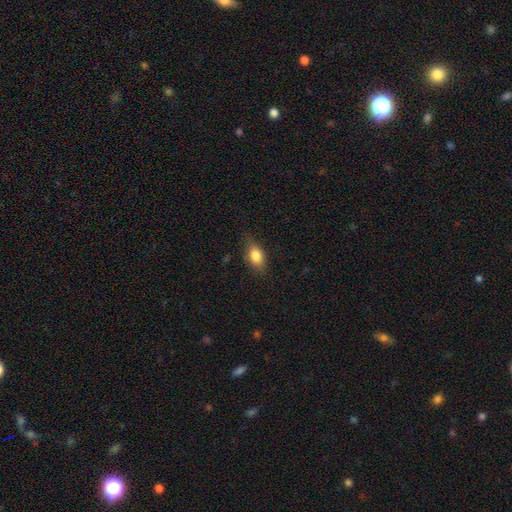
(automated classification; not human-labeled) A smooth galaxy with no disk features (81%) that is in between round and cigar-shaped (82%). Merging: none (73%).